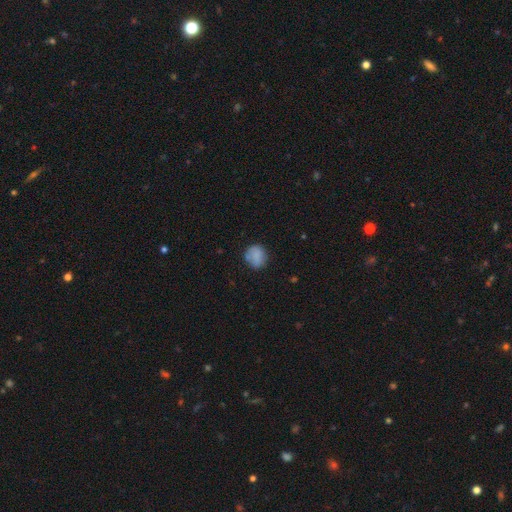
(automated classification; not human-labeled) Smooth or featured? Predicted: smooth (p=0.81). How rounded? Predicted: round (p=0.77). Merging? Predicted: none (p=0.71).